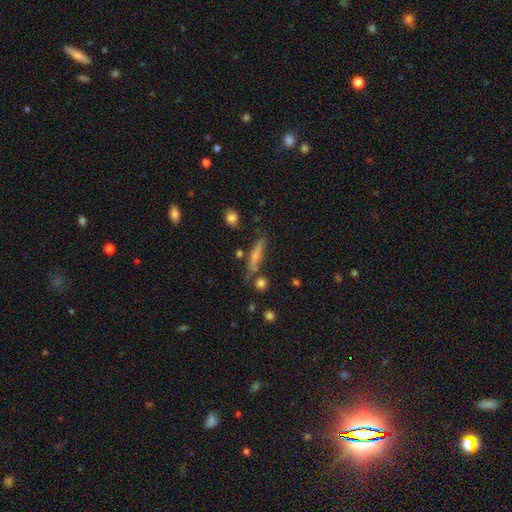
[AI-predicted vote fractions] Q: Smooth or featured?
A: smooth (61%); runner-up: featured or disk (30%)
Q: How rounded?
A: cigar-shaped (84%); runner-up: in between (13%)
Q: Merging?
A: none (69%); runner-up: minor disturbance (17%)